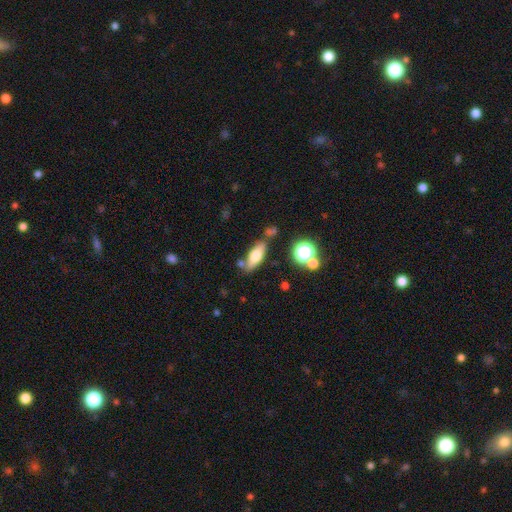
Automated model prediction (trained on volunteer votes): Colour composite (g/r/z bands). It shows a smooth galaxy with no disk features (62%) that is in between round and cigar-shaped (65%). Merging: none (72%).